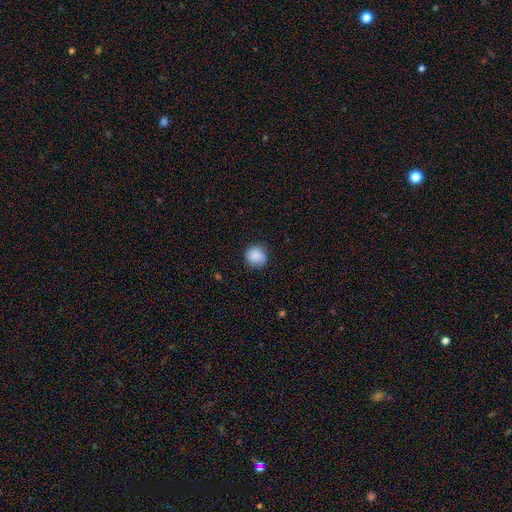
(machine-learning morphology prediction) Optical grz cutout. It shows a smooth galaxy with no disk features (87%) that is round (88%). Merging: none (82%).